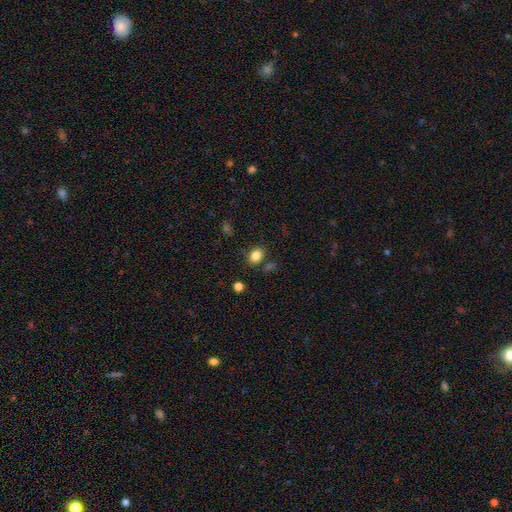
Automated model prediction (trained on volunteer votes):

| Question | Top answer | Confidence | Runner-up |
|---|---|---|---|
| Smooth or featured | smooth | 83% | star or artifact (11%) |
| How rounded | in between | 64% | round (35%) |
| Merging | none | 78% | minor disturbance (13%) |